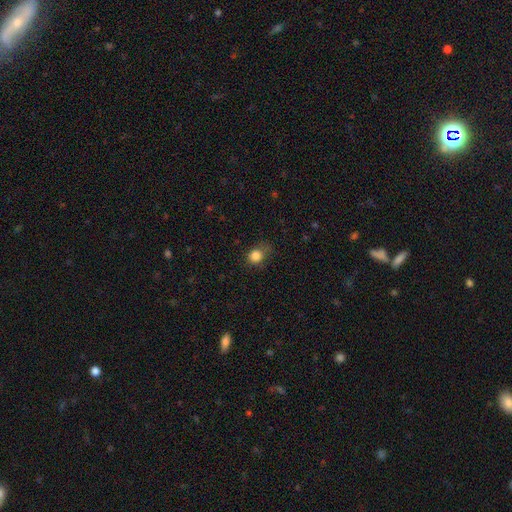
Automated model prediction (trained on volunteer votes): Q: Smooth or featured?
A: smooth (84%); runner-up: star or artifact (11%)
Q: How rounded?
A: round (76%); runner-up: in between (23%)
Q: Merging?
A: none (61%); runner-up: minor disturbance (27%)